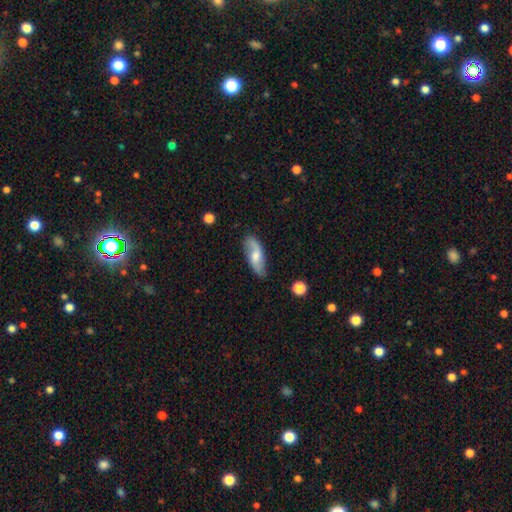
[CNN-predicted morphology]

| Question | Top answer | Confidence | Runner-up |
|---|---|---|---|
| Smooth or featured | featured or disk | 56% | smooth (38%) |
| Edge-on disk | no | 86% | yes (14%) |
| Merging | none | 76% | minor disturbance (18%) |